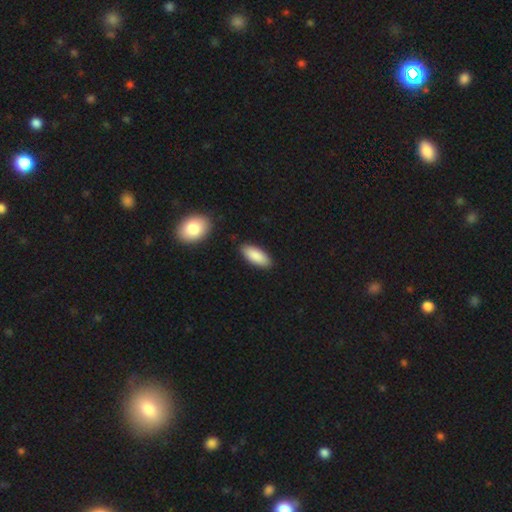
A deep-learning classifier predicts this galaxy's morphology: A smooth galaxy with no disk features (88%) that is in between round and cigar-shaped (82%).

Vote fractions:
- Smooth or featured? smooth: 88% / featured or disk: 6% / star or artifact: 6%
- How rounded? in between: 82% / cigar-shaped: 17% / round: 2%
- Merging? none: 85% / minor disturbance: 10% / merger: 2% / major disturbance: 2%